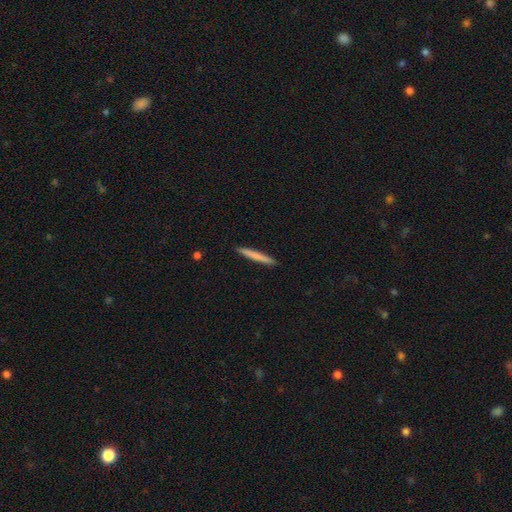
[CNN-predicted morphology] Smooth or featured: smooth — 71% (featured or disk — 24%)
How rounded: cigar-shaped — 97% (in between — 2%)
Merging: none — 92% (minor disturbance — 5%)